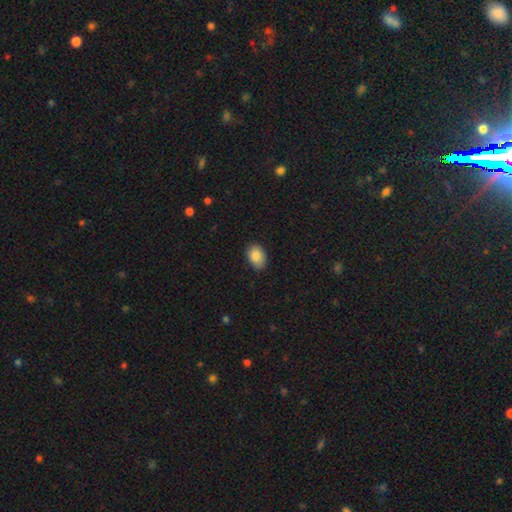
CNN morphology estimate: Smooth or featured: smooth — 87% (star or artifact — 7%)
How rounded: in between — 84% (round — 14%)
Merging: none — 81% (minor disturbance — 15%)